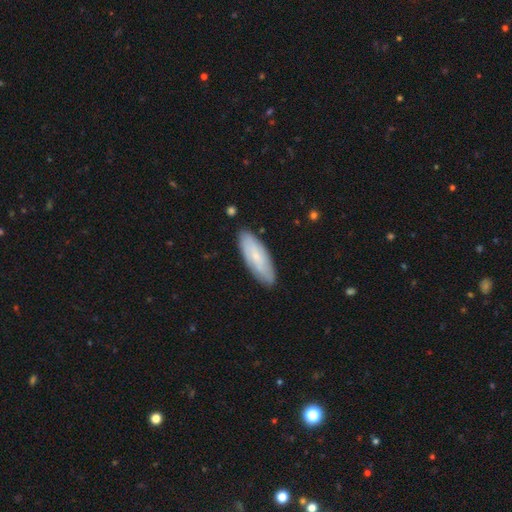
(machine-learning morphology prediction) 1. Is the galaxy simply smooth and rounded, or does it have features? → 60% smooth, 34% featured or disk, 6% star or artifact.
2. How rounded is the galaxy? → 61% in between, 37% cigar-shaped, 2% round.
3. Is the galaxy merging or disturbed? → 85% none, 11% minor disturbance, 2% major disturbance, 1% merger.